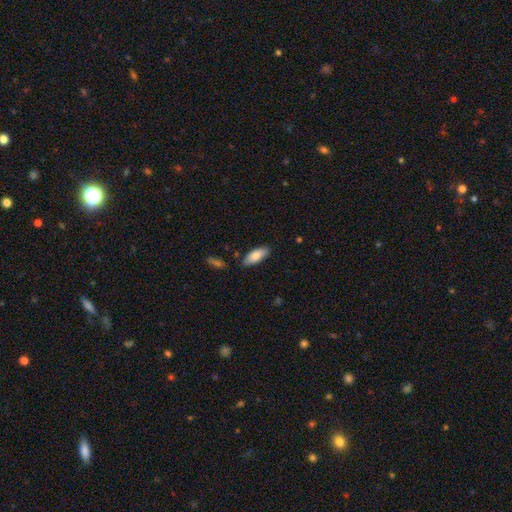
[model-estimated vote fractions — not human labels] Overall: smooth (81%). How rounded: in between (80%). Merging: none (83%).